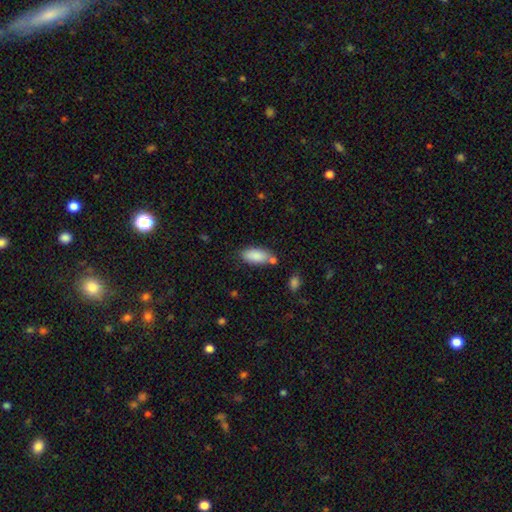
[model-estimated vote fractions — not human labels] Smooth or featured?
  - smooth: 88% *
  - star or artifact: 6%
  - featured or disk: 6%
How rounded?
  - in between: 89% *
  - cigar-shaped: 9%
  - round: 2%
Merging?
  - none: 68% *
  - minor disturbance: 16%
  - merger: 12%
  - major disturbance: 4%